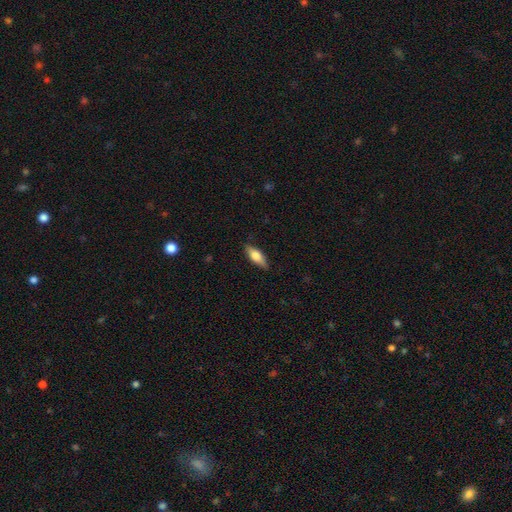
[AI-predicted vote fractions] Smooth or featured? smooth (68%)
How rounded? in between (67%)
Merging? none (85%)